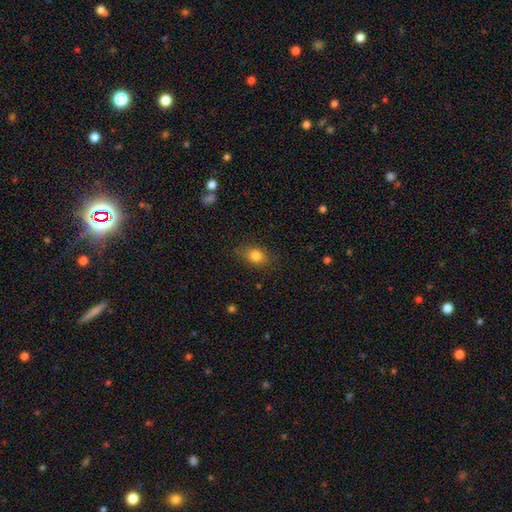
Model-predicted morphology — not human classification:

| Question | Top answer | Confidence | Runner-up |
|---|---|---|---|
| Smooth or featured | smooth | 81% | star or artifact (11%) |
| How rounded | in between | 65% | round (34%) |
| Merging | none | 82% | minor disturbance (13%) |